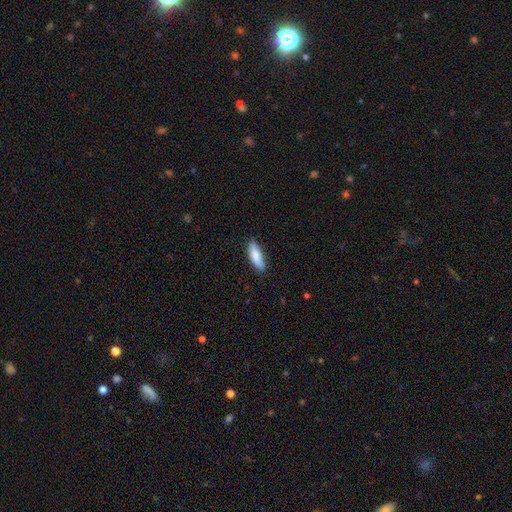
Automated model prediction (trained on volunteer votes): This appears to be a smooth galaxy with no disk features (85%) that is in between round and cigar-shaped (52%). Merging: none (82%).